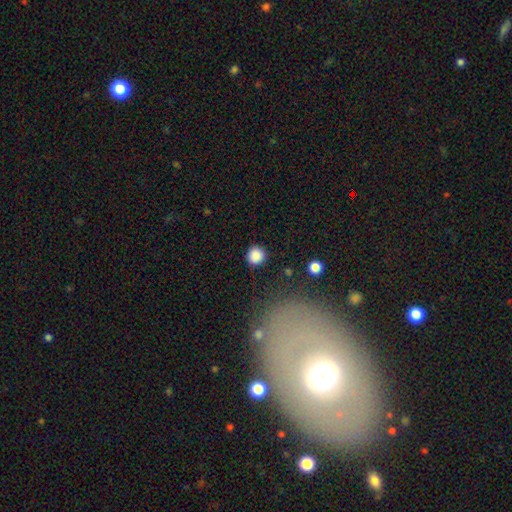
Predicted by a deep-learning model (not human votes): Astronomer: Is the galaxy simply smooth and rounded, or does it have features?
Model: smooth — 87%.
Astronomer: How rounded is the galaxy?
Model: round — 92%.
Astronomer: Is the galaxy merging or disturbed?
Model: none — 88%.